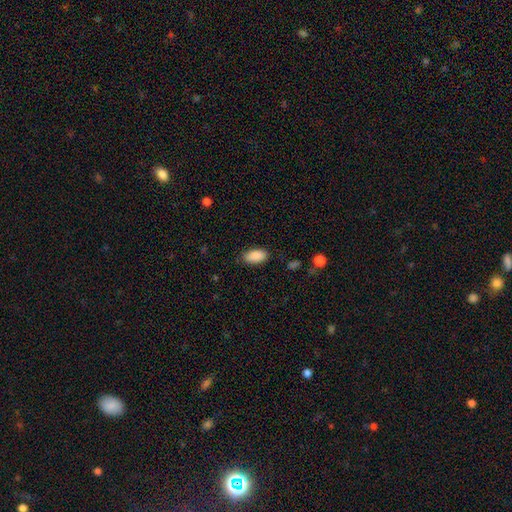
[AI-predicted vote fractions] Morphology: type=smooth (89%); roundness=in between (93%); merging=none (86%).